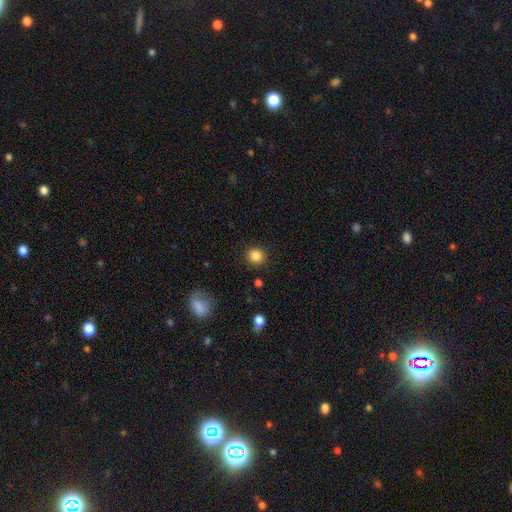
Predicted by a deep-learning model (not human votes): This is clearly a smooth galaxy (85%). How rounded: clearly round (85%). Merging: clearly none (89%).